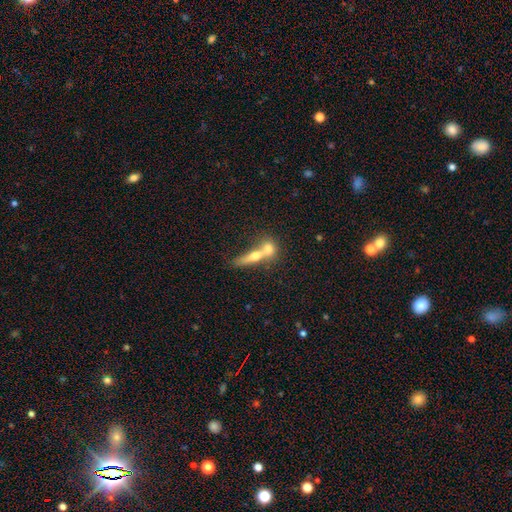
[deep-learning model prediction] A smooth galaxy with no disk features (52%) that is cigar-shaped (49%).

Vote fractions:
- Smooth or featured? smooth: 52% / featured or disk: 39% / star or artifact: 9%
- How rounded? cigar-shaped: 49% / in between: 32% / round: 19%
- Merging? merger: 61% / none: 27% / minor disturbance: 7% / major disturbance: 5%